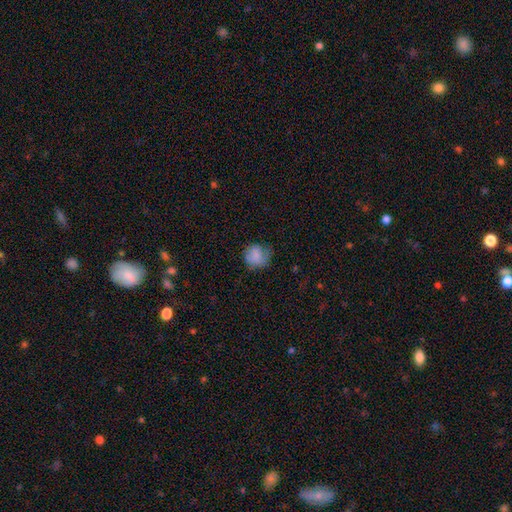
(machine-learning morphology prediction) type=smooth (77%); roundness=round (79%); merging=none (57%).